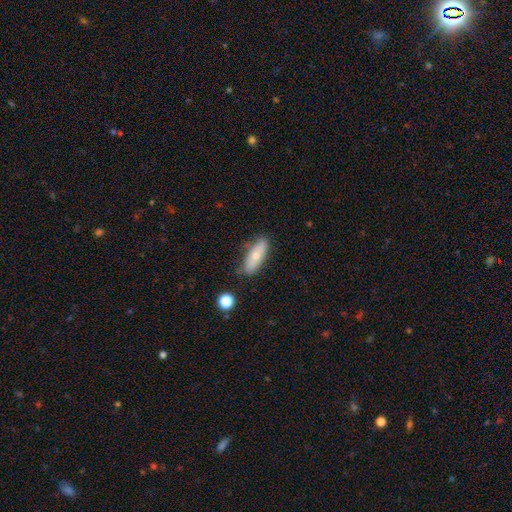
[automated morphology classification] Smooth or featured: smooth — 69% (featured or disk — 24%)
How rounded: in between — 60% (cigar-shaped — 37%)
Merging: none — 75% (minor disturbance — 18%)